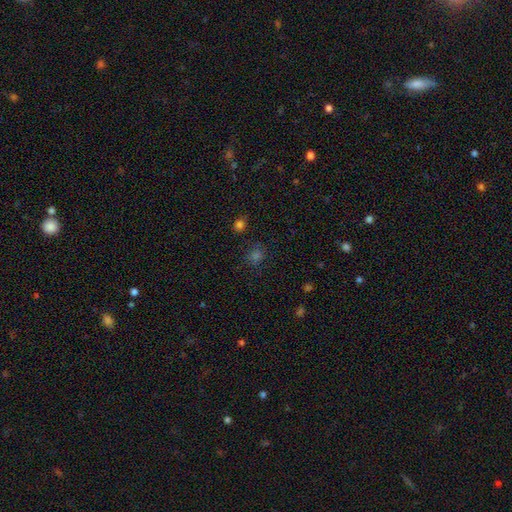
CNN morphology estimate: A smooth galaxy with no disk features (55%) that is round (83%).

Vote fractions:
- Smooth or featured? smooth: 55% / star or artifact: 38% / featured or disk: 7%
- How rounded? round: 83% / in between: 15% / cigar-shaped: 1%
- Merging? none: 84% / minor disturbance: 10% / major disturbance: 4% / merger: 3%